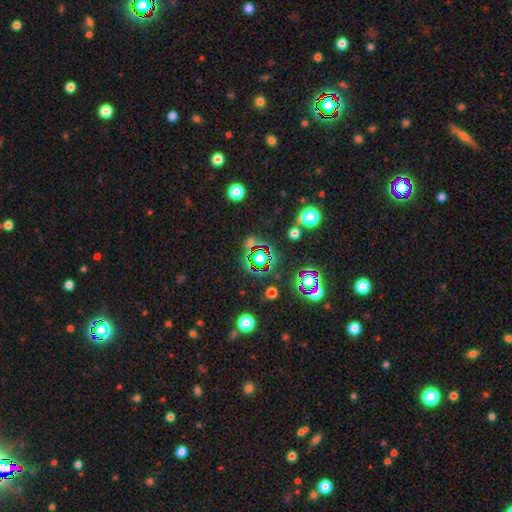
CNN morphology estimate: This appears to be a star or artifact, not a galaxy (75%).